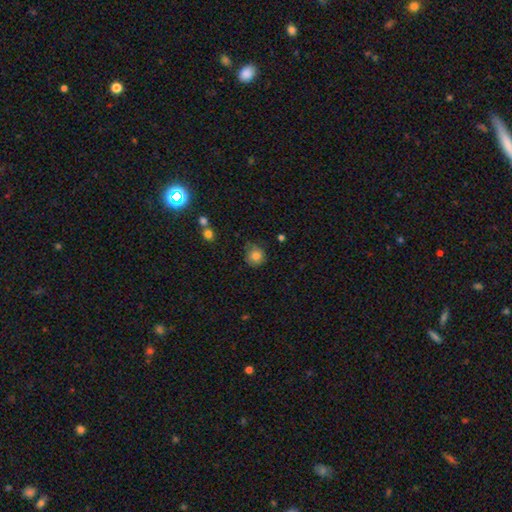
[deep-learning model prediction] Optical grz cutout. It shows a smooth galaxy with no disk features (81%) that is round (84%). Merging: none (62%).